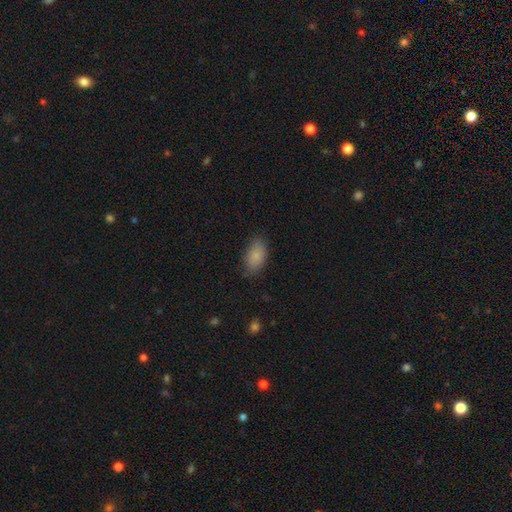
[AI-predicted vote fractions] A smooth galaxy with no disk features (85%) that is in between round and cigar-shaped (92%).

Vote fractions:
- Smooth or featured? smooth: 85% / featured or disk: 8% / star or artifact: 7%
- How rounded? in between: 92% / round: 5% / cigar-shaped: 3%
- Merging? none: 76% / minor disturbance: 19% / major disturbance: 4% / merger: 1%